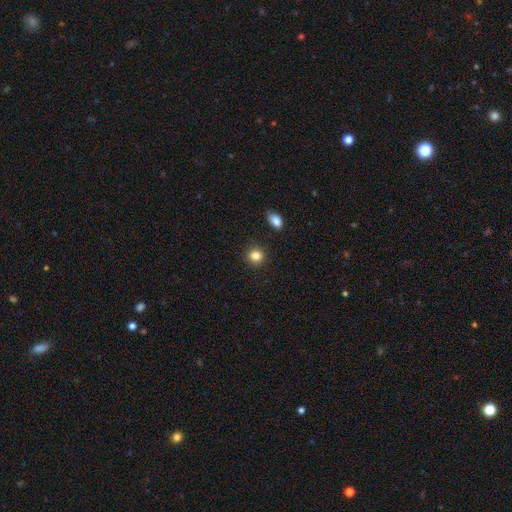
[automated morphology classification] smooth 84%, star or artifact 11%, featured or disk 5%. Down the decision tree: how rounded — round (86%); merging — none (89%).